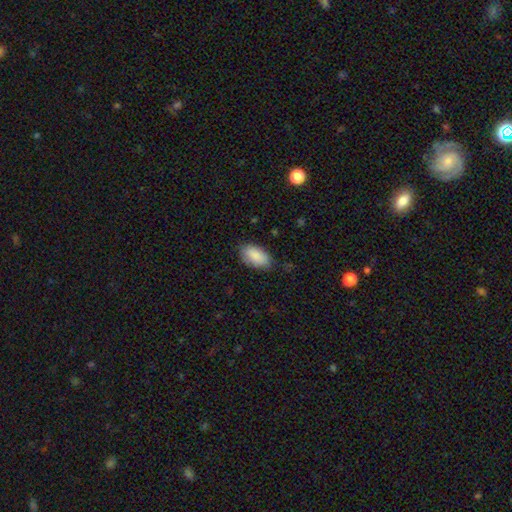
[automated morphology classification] A smooth galaxy with no disk features (88%) that is in between round and cigar-shaped (94%).

Vote fractions:
- Smooth or featured? smooth: 88% / star or artifact: 6% / featured or disk: 5%
- How rounded? in between: 94% / round: 4% / cigar-shaped: 2%
- Merging? none: 77% / minor disturbance: 18% / major disturbance: 4% / merger: 1%